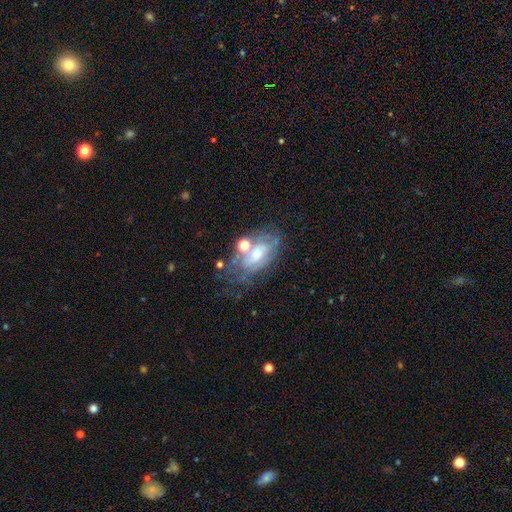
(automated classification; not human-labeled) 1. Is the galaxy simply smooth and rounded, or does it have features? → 65% featured or disk, 21% smooth, 14% star or artifact.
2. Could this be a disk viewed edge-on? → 91% no, 9% yes.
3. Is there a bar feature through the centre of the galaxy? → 57% no, 31% weak, 12% strong.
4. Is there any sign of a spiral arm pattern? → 63% yes, 37% no.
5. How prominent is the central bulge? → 46% moderate, 45% small, 5% large, 3% none, 2% dominant.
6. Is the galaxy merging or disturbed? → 49% none, 22% minor disturbance, 16% major disturbance, 14% merger.